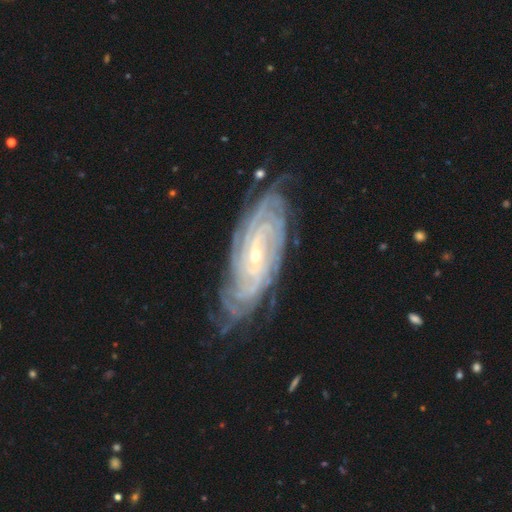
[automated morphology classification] Smooth or featured? featured or disk (91%)
Edge-on disk? no (93%)
Bar? no (51%)
Spiral arms? yes (98%)
Spiral winding? tight (82%)
Spiral arm count? more than 4 (26%)
Bulge size? small (76%)
Merging? none (78%)